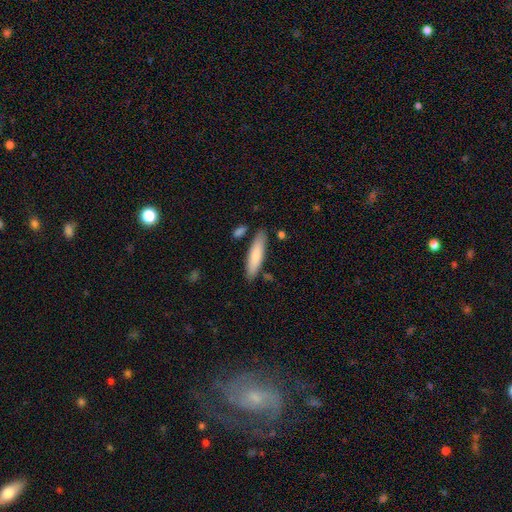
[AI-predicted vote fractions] Smooth or featured? smooth (81%)
How rounded? cigar-shaped (72%)
Merging? none (83%)